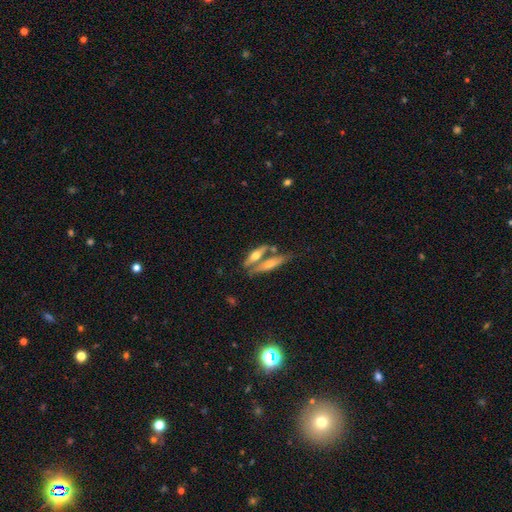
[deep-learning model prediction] The model was most divided on "smooth or featured": featured or disk: 51%, smooth: 42%, star or artifact: 7%. Remaining: edge-on disk — yes (86%); merging — none (49%).